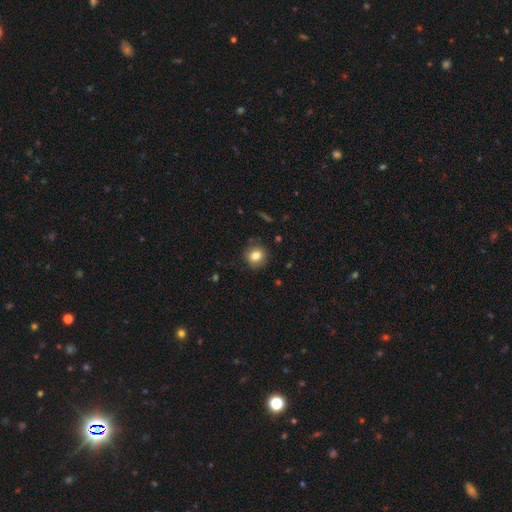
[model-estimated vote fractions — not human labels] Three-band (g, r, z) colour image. It shows a smooth galaxy with no disk features (82%) that is round (85%). Merging: none (88%).